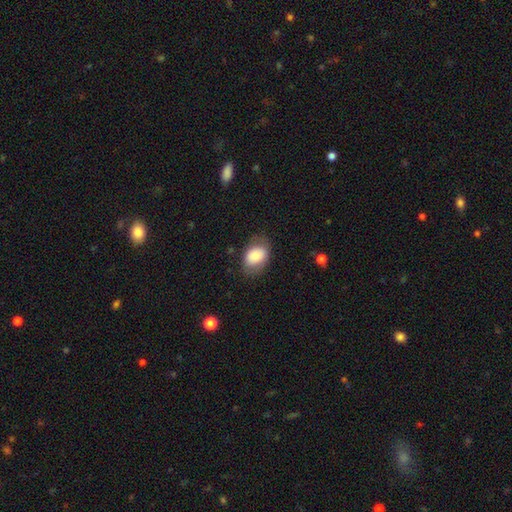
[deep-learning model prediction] This is likely a smooth galaxy (77%). How rounded: clearly in between (80%). Merging: likely none (73%).